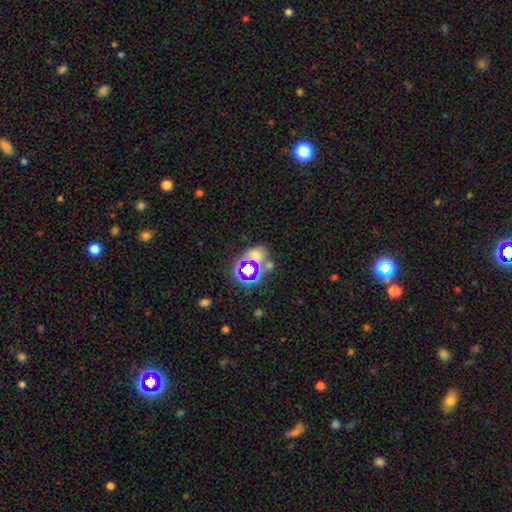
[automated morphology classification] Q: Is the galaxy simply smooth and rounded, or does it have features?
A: smooth — 44%.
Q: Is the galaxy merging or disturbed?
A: none — 47%.